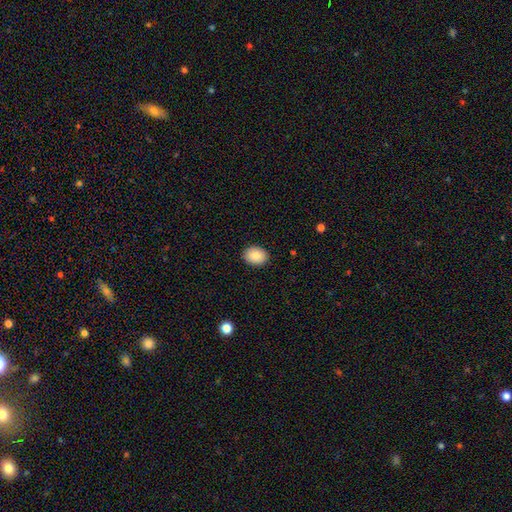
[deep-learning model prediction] A smooth galaxy with no disk features (87%) that is in between round and cigar-shaped (64%). Merging: none (90%).